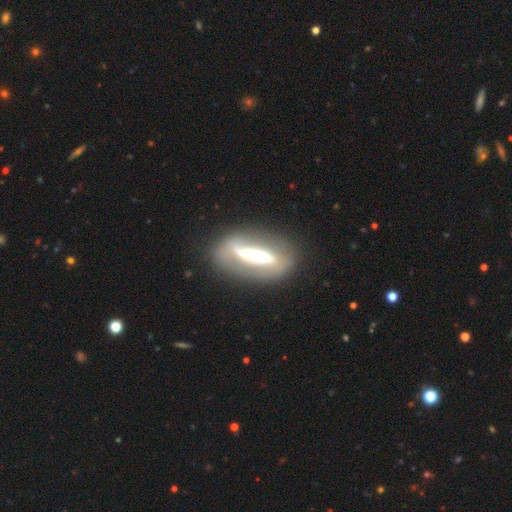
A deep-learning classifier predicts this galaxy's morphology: This is likely a featured or disk galaxy (70%). It is possibly not viewed edge-on (56%). Merging: likely none (77%).